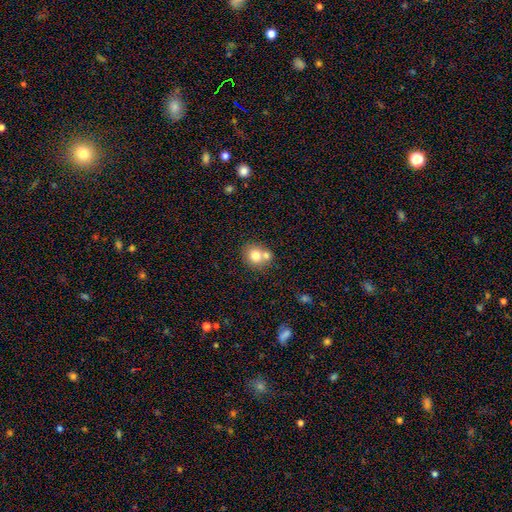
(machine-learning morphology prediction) The model was most divided on "merging": merger: 46%, none: 43%, minor disturbance: 8%, major disturbance: 3%. More confident: smooth or featured — smooth (75%); how rounded — round (74%).